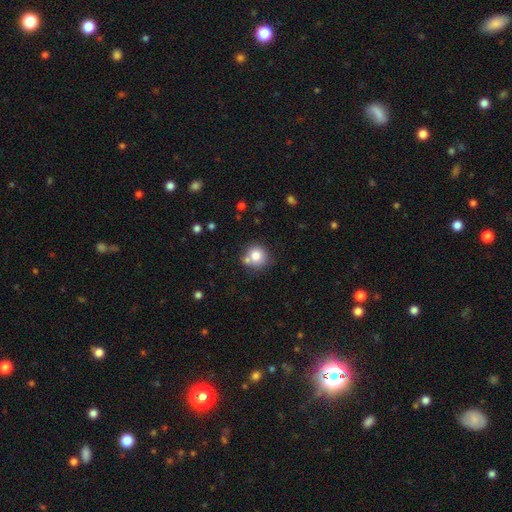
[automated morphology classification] Smooth or featured: smooth — 78% (featured or disk — 11%)
How rounded: round — 90% (in between — 9%)
Merging: none — 65% (merger — 19%)